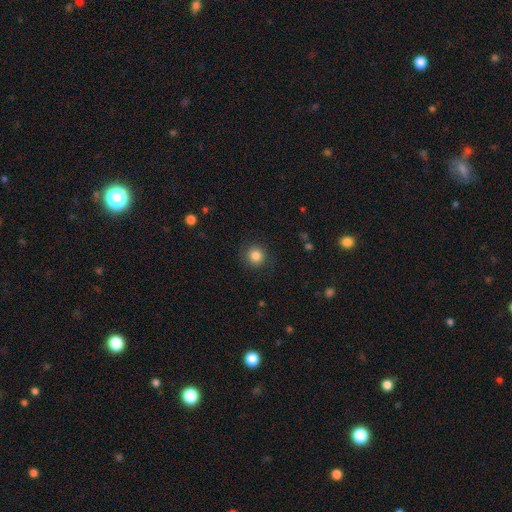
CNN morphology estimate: type=smooth (84%); roundness=round (93%); merging=none (90%).